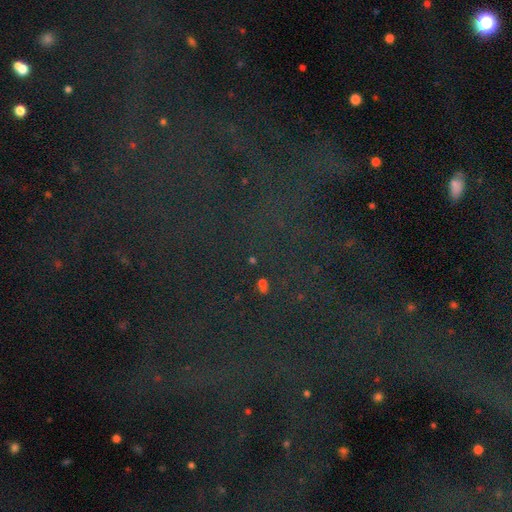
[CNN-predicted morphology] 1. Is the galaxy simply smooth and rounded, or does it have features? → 80% star or artifact, 10% smooth, 10% featured or disk.